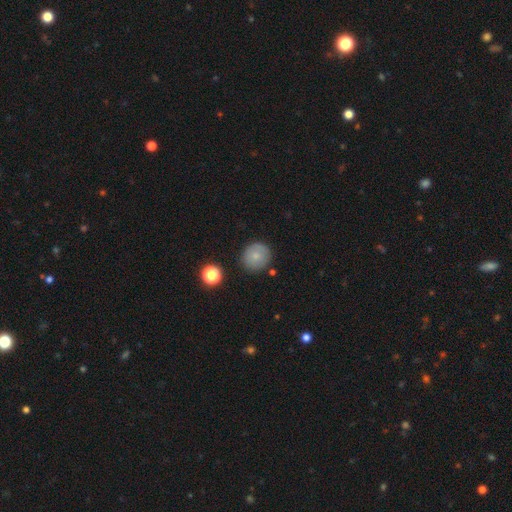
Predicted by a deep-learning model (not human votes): Smooth or featured? Predicted: smooth (p=0.78). How rounded? Predicted: round (p=0.87). Merging? Predicted: none (p=0.83).